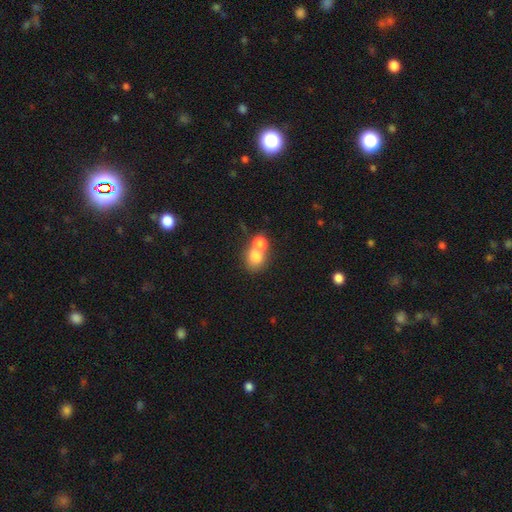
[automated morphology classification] Smooth or featured: smooth — 75% (featured or disk — 14%)
How rounded: round — 63% (in between — 35%)
Merging: merger — 59% (none — 29%)